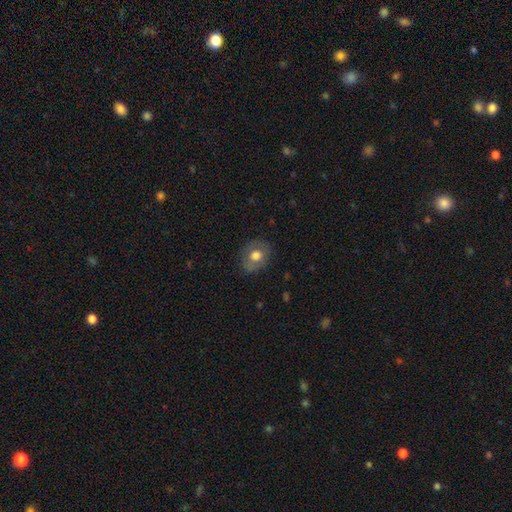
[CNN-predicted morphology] Q: Smooth or featured?
A: smooth (64%); runner-up: featured or disk (28%)
Q: How rounded?
A: round (61%); runner-up: in between (38%)
Q: Merging?
A: none (79%); runner-up: minor disturbance (15%)